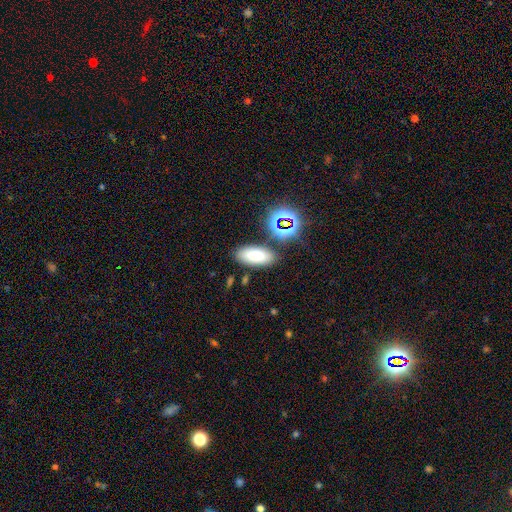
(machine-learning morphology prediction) Smooth or featured: smooth — 77% (star or artifact — 14%)
How rounded: in between — 86% (cigar-shaped — 9%)
Merging: none — 81% (minor disturbance — 10%)